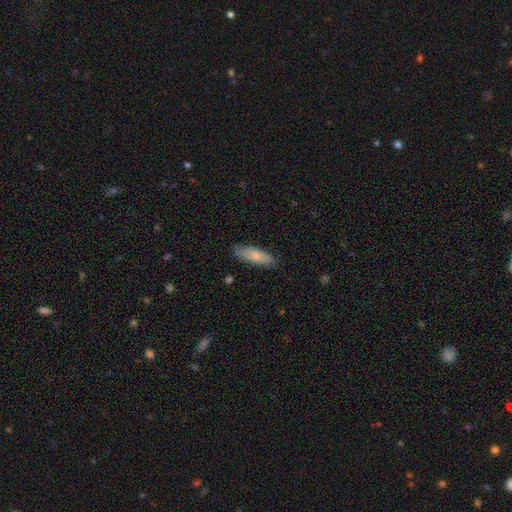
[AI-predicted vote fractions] Q: Smooth or featured?
A: smooth (74%); runner-up: featured or disk (20%)
Q: How rounded?
A: in between (52%); runner-up: cigar-shaped (46%)
Q: Merging?
A: none (84%); runner-up: minor disturbance (12%)